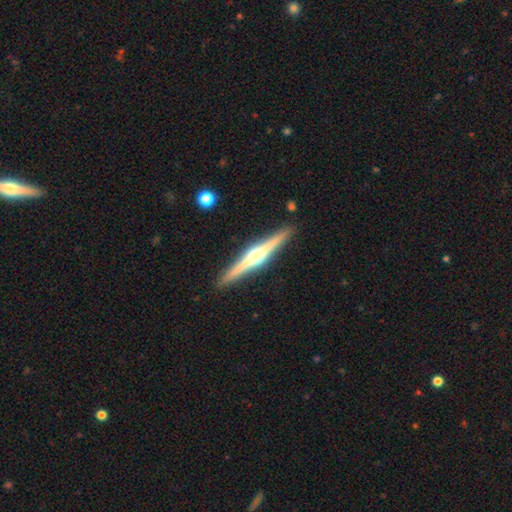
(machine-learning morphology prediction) A featured or disk galaxy (82%) viewed edge-on (98%) with a rounded central bulge (95%). Merging: none (91%).